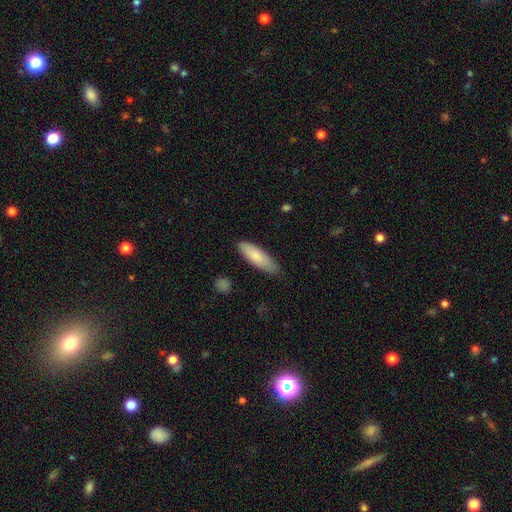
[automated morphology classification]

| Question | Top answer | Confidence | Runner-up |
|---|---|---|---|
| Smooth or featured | smooth | 82% | featured or disk (13%) |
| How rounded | cigar-shaped | 50% | in between (49%) |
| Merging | none | 78% | minor disturbance (18%) |